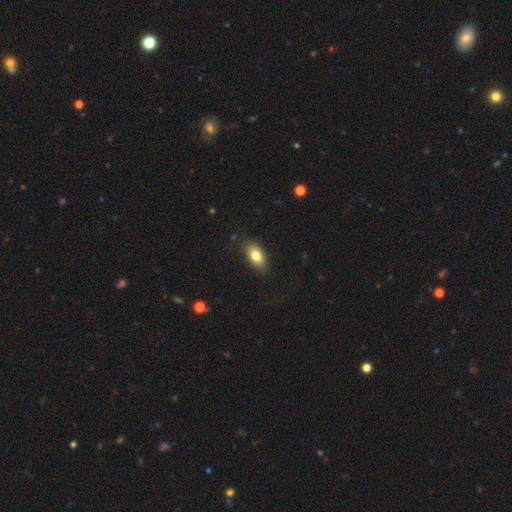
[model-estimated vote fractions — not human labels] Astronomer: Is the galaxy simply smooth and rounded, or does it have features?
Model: smooth — 81%.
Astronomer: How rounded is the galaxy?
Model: in between — 90%.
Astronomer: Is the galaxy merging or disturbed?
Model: none — 82%.